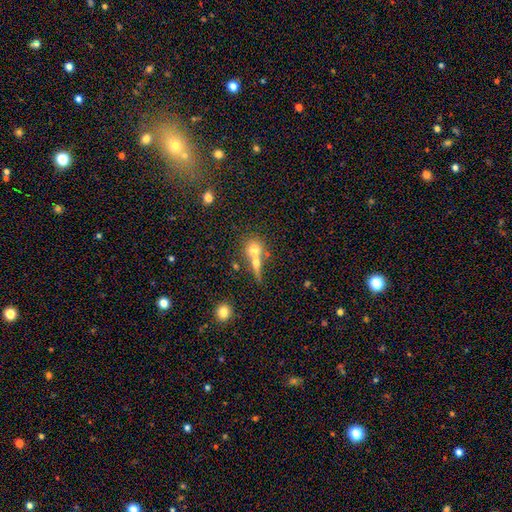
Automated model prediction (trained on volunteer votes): The model was most divided on "merging": merger: 46%, none: 41%, minor disturbance: 8%, major disturbance: 5%. More confident: how rounded — round (73%); smooth or featured — smooth (59%).